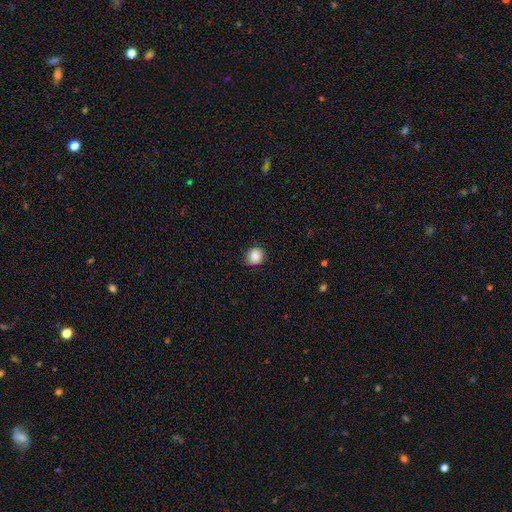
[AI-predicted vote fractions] smooth-or-featured: smooth: 88% | star or artifact: 9% | featured or disk: 4%
  how-rounded: round: 82% | in between: 17% | cigar-shaped: 1%
  merging: none: 85% | minor disturbance: 11% | major disturbance: 2% | merger: 1%